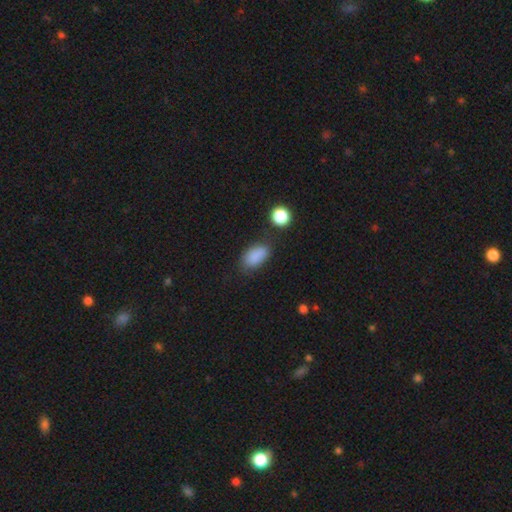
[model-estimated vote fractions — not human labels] Morphology: type=smooth (86%); roundness=in between (90%); merging=none (71%).